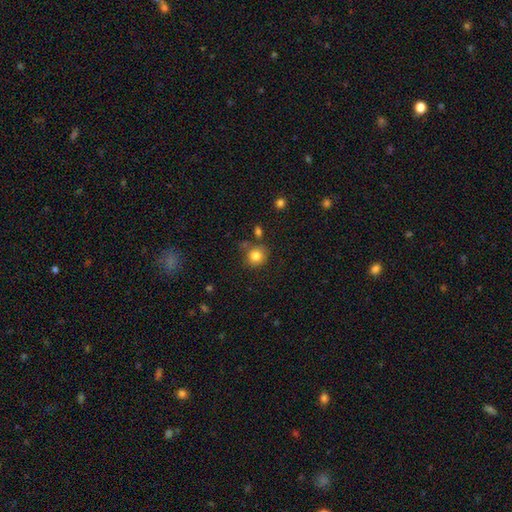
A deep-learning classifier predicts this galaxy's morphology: Smooth or featured? smooth (83%)
How rounded? round (84%)
Merging? none (75%)